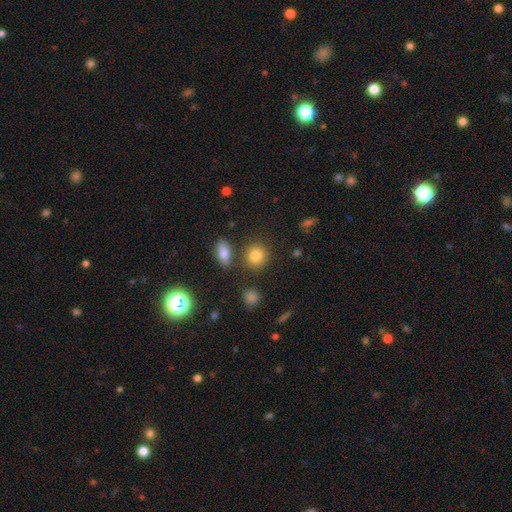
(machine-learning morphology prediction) The model was most divided on "how rounded": round: 80%, in between: 19%, cigar-shaped: 1%. More confident: smooth or featured — smooth (83%); merging — none (78%).